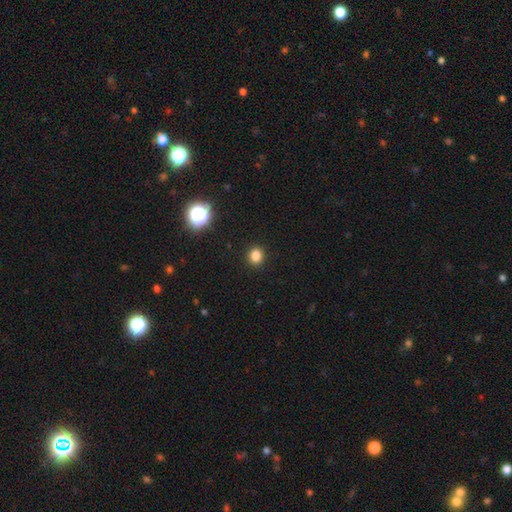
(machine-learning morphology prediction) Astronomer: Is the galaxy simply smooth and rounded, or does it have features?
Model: smooth — 82%.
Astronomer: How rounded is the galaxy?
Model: round — 70%.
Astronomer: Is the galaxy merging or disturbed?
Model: none — 91%.